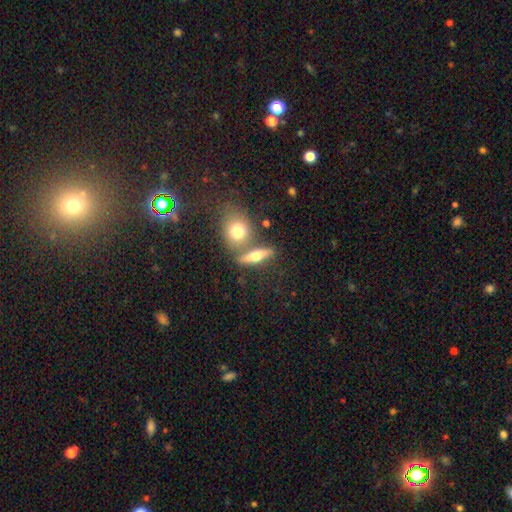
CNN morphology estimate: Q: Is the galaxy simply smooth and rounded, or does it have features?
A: smooth — 50%.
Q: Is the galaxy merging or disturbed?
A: none — 59%.